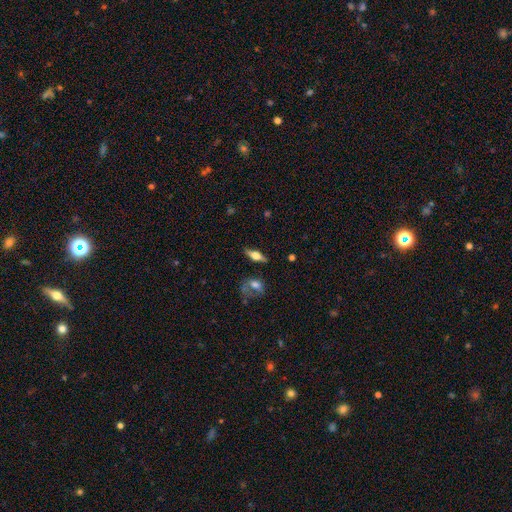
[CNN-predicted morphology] Q: Smooth or featured?
A: featured or disk (55%); runner-up: smooth (37%)
Q: Edge-on disk?
A: yes (91%); runner-up: no (9%)
Q: Edge-on bulge?
A: rounded (92%); runner-up: boxy (7%)
Q: Merging?
A: none (77%); runner-up: minor disturbance (14%)